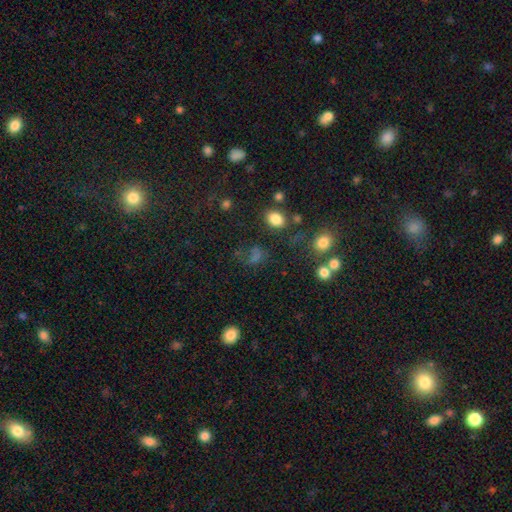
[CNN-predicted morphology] smooth 59%, star or artifact 30%, featured or disk 11%. Down the decision tree: how rounded — in between (50%); merging — none (61%).